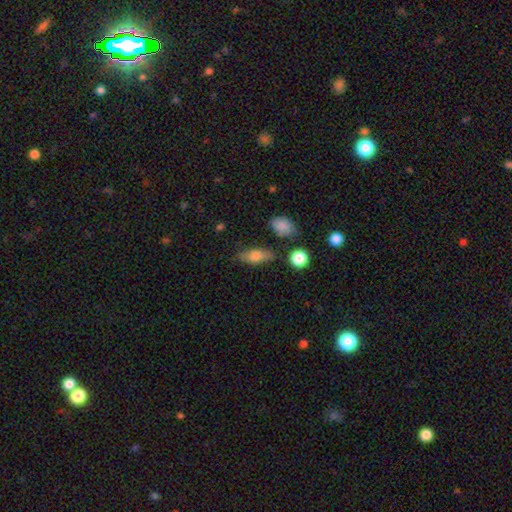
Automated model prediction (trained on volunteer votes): Morphology: type=smooth (70%); roundness=in between (71%); merging=none (77%).